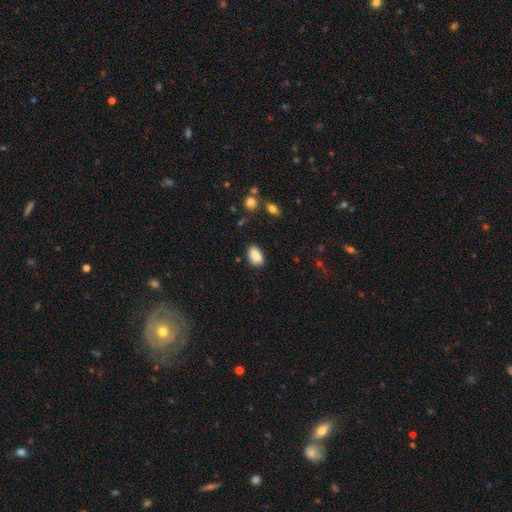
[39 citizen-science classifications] This is clearly a smooth galaxy (97%). How rounded: clearly in between (87%). Merging: likely none (72%).